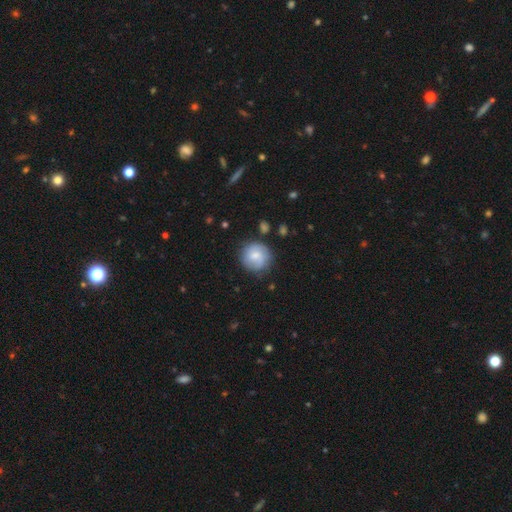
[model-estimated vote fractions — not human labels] Smooth or featured?
  - smooth: 65% *
  - featured or disk: 28%
  - star or artifact: 7%
How rounded?
  - round: 92% *
  - in between: 7%
  - cigar-shaped: 1%
Merging?
  - none: 76% *
  - minor disturbance: 17%
  - major disturbance: 5%
  - merger: 3%